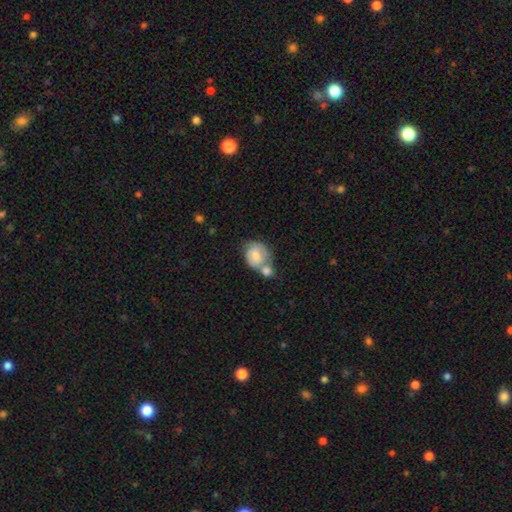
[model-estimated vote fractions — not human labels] This appears to be a smooth galaxy with no disk features (67%) that is round (63%). Merging: merger (56%).